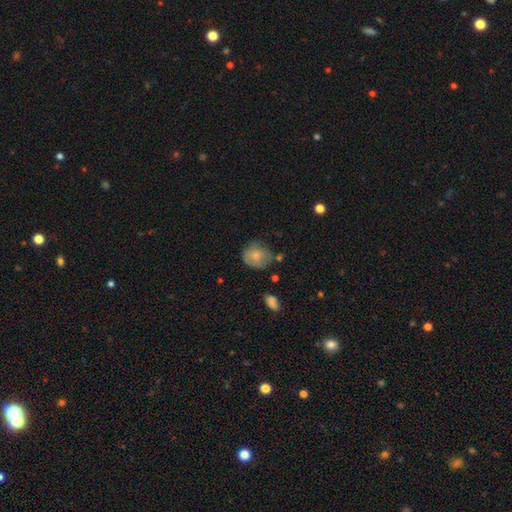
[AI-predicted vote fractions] This appears to be a smooth galaxy with no disk features (70%) that is round (61%). Merging: none (52%).